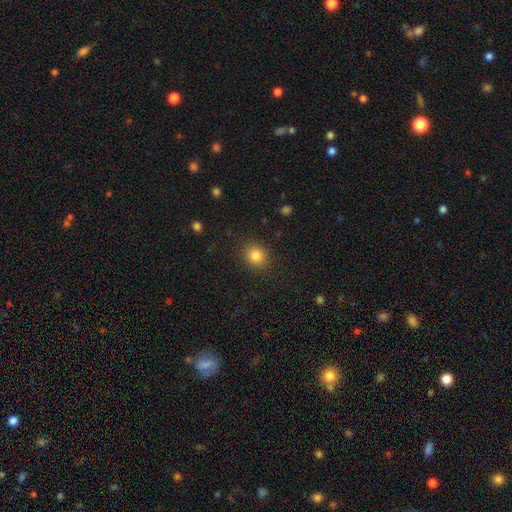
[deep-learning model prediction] Smooth or featured? Predicted: smooth (p=0.84). How rounded? Predicted: round (p=0.73). Merging? Predicted: none (p=0.89).